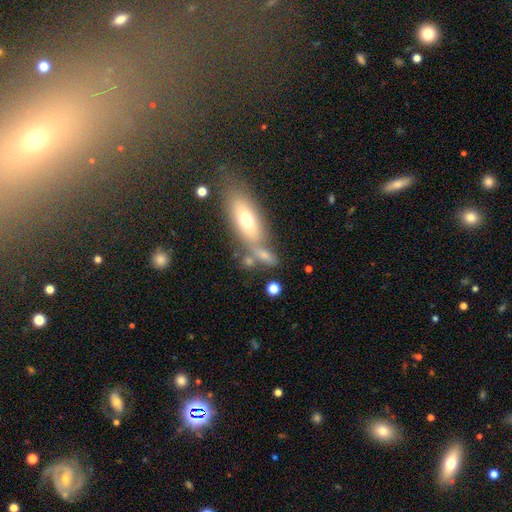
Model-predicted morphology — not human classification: Smooth or featured? smooth (59%)
How rounded? in between (61%)
Merging? none (50%)